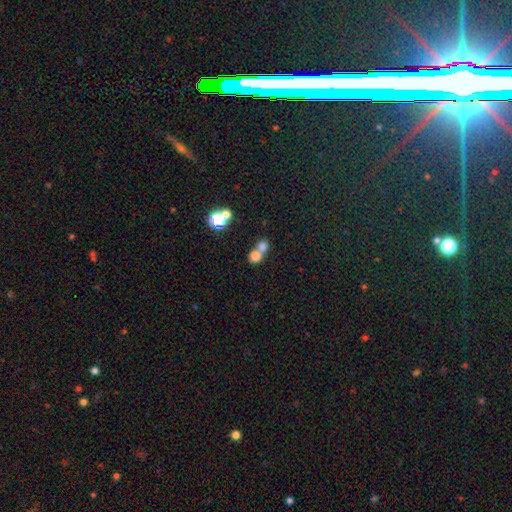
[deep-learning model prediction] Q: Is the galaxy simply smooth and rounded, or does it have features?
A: smooth — 74%.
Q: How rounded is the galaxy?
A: round — 76%.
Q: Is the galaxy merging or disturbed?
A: merger — 62%.